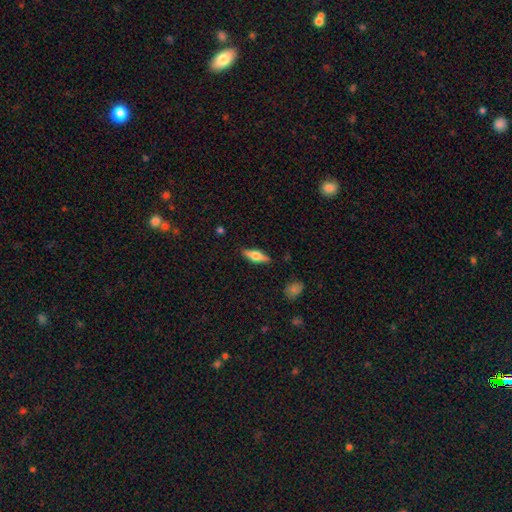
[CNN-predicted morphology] The model was most divided on "smooth or featured": smooth: 49%, featured or disk: 44%, star or artifact: 6%. More confident: merging — none (87%).